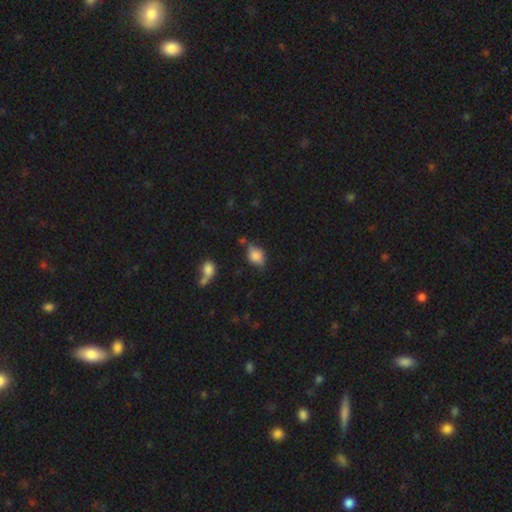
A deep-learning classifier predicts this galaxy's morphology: This appears to be a smooth galaxy with no disk features (77%) that is in between round and cigar-shaped (72%). Merging: none (59%).